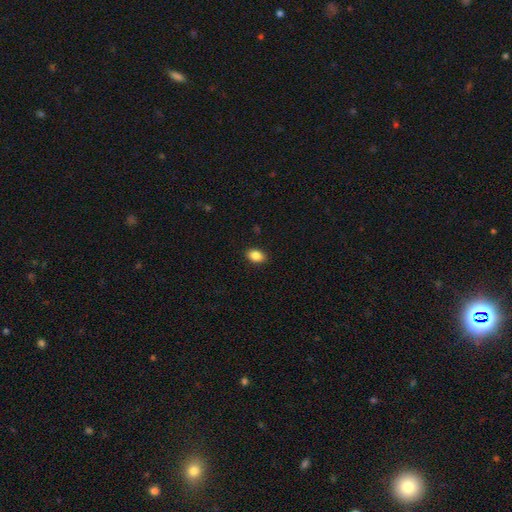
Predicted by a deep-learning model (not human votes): This is clearly a smooth galaxy (87%). How rounded: likely in between (76%). Merging: clearly none (89%).